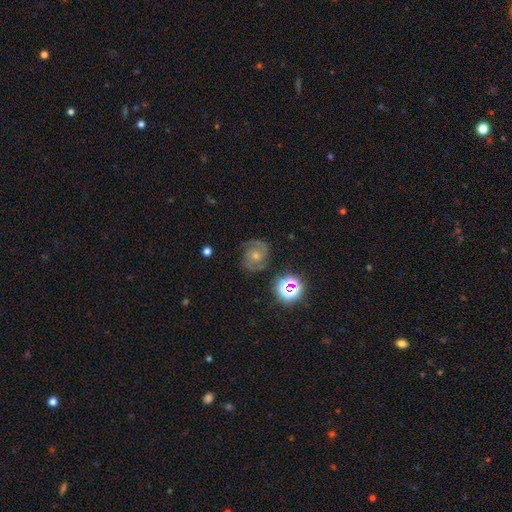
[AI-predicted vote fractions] A featured or disk galaxy (72%) with no bar (71%), 2 (57%) tight (57%) spiral arms (96%) and a moderate central bulge (48%).

Vote fractions:
- Smooth or featured? featured or disk: 72% / star or artifact: 17% / smooth: 11%
- Edge-on disk? no: 98% / yes: 2%
- Bar? no: 71% / weak: 23% / strong: 5%
- Spiral arms? yes: 96% / no: 4%
- Spiral winding? tight: 57% / medium: 36% / loose: 7%
- Spiral arm count? 2: 57% / 3: 18% / can't tell: 15% / 1: 4% / 4: 3% / more than 4: 3%
- Bulge size? moderate: 48% / small: 46% / large: 3% / none: 2% / dominant: 1%
- Merging? none: 78% / minor disturbance: 14% / major disturbance: 5% / merger: 2%